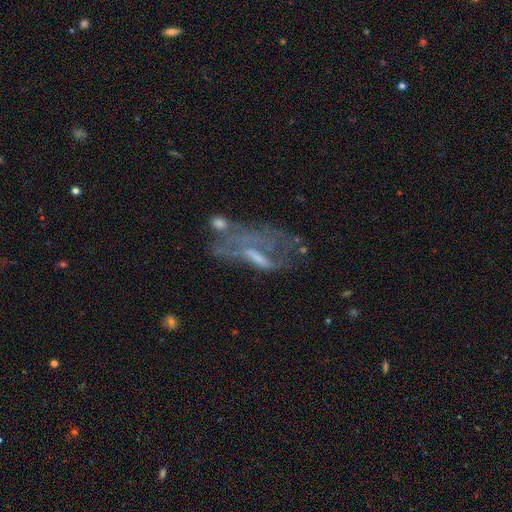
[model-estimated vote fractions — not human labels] Overall: featured or disk (59%; smooth 27%). Edge-on disk: no (86%). Bar: no (57%; weak 28%). Spiral arms: no (71%). Bulge size: none (42%; moderate 26%). Merging: major disturbance (42%; none 25%).